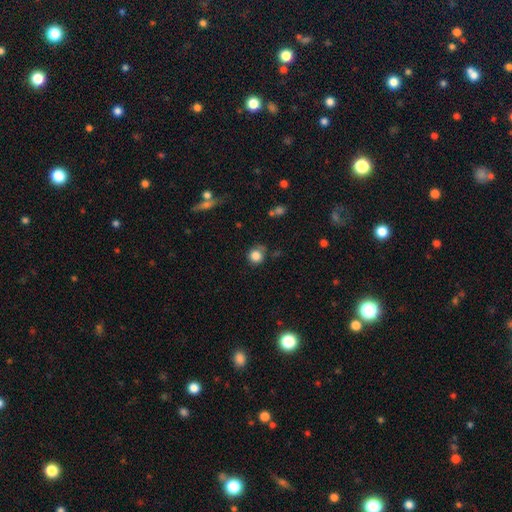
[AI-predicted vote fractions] This is clearly a smooth galaxy (83%). How rounded: clearly round (88%). Merging: likely none (70%).